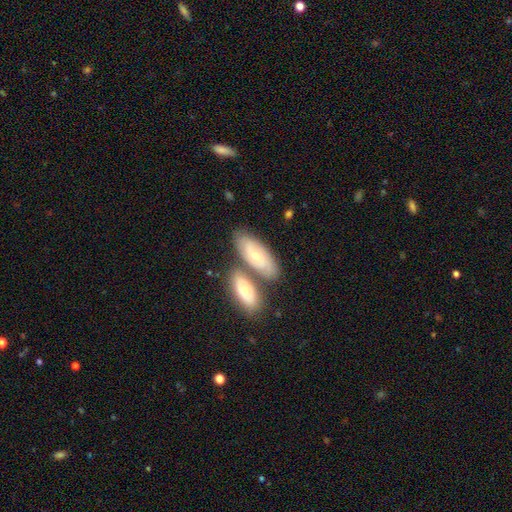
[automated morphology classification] smooth_or_featured: featured or disk (p=0.50) [alt: smooth p=0.44]
merging: none (p=0.55) [alt: merger p=0.29]